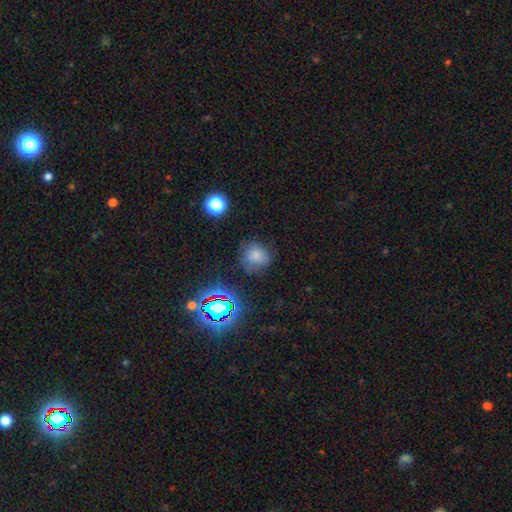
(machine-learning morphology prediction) Smooth or featured? smooth (70%)
How rounded? round (76%)
Merging? none (66%)